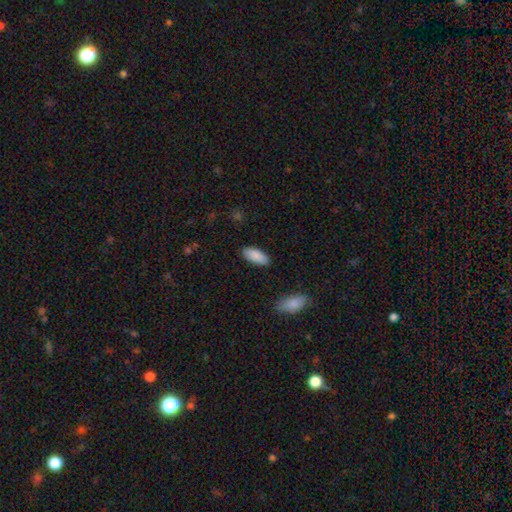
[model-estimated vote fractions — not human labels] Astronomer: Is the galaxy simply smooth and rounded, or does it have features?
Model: smooth — 89%.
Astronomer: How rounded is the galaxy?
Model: in between — 89%.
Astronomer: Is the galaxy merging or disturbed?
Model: none — 86%.